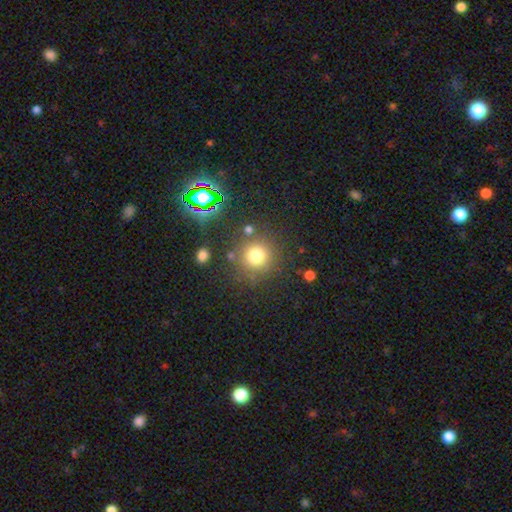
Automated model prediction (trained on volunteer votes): Smooth or featured: smooth — 76% (star or artifact — 17%)
How rounded: round — 93% (in between — 6%)
Merging: none — 80% (minor disturbance — 9%)